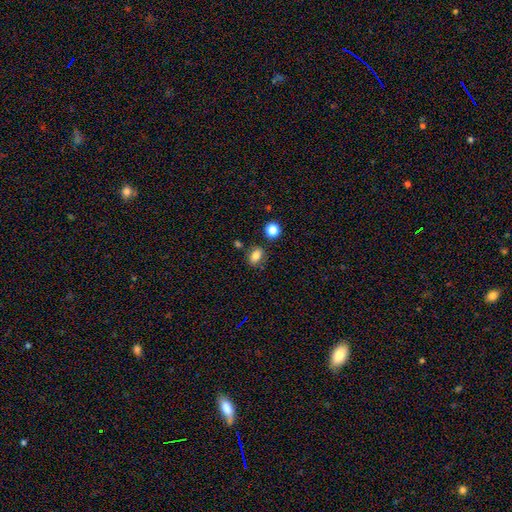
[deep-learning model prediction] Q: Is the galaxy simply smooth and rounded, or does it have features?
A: smooth — 81%.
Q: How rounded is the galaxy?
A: in between — 75%.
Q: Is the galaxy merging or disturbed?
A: none — 77%.